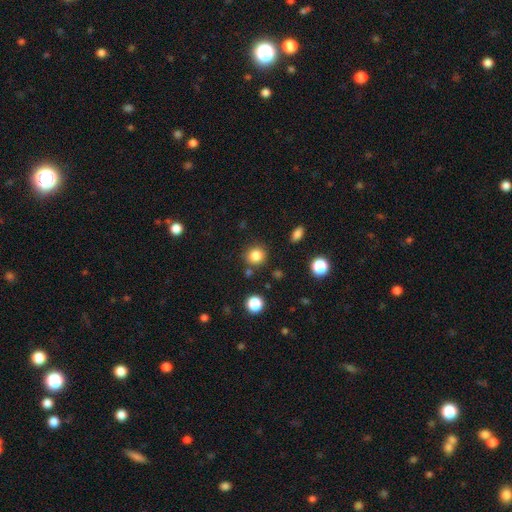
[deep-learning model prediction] A smooth galaxy with no disk features (84%) that is round (90%). Merging: none (84%).